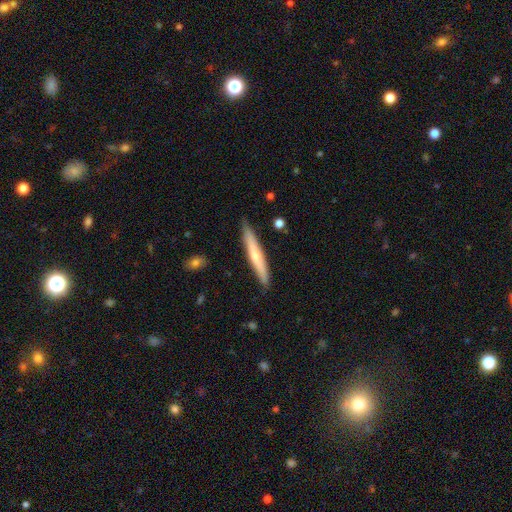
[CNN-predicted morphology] This appears to be a smooth galaxy with no disk features (50%). Merging: none (86%).